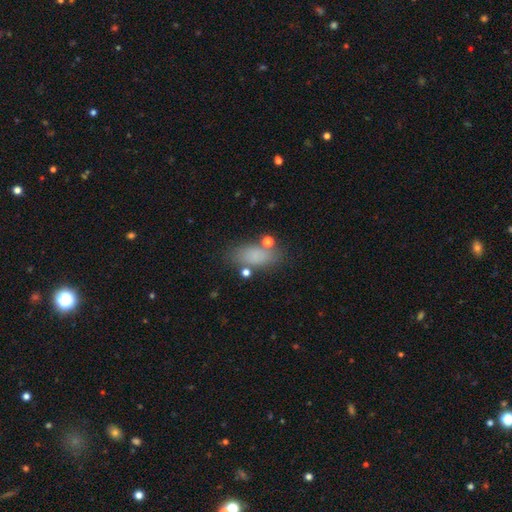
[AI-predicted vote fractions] Q: Smooth or featured?
A: smooth (78%); runner-up: star or artifact (12%)
Q: How rounded?
A: in between (84%); runner-up: cigar-shaped (9%)
Q: Merging?
A: none (71%); runner-up: minor disturbance (15%)